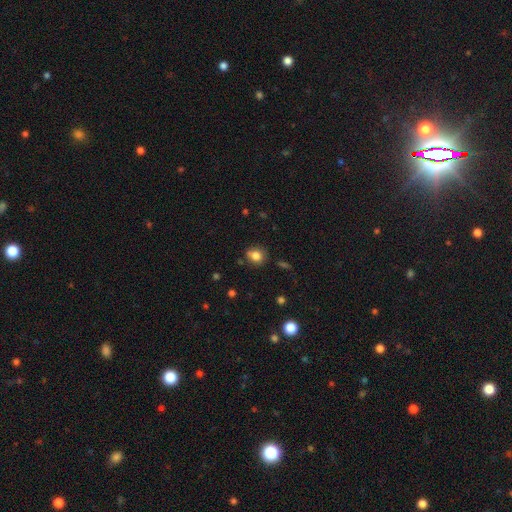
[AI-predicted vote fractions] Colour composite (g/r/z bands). It shows a smooth galaxy with no disk features (81%) that is round (70%). Merging: none (75%).